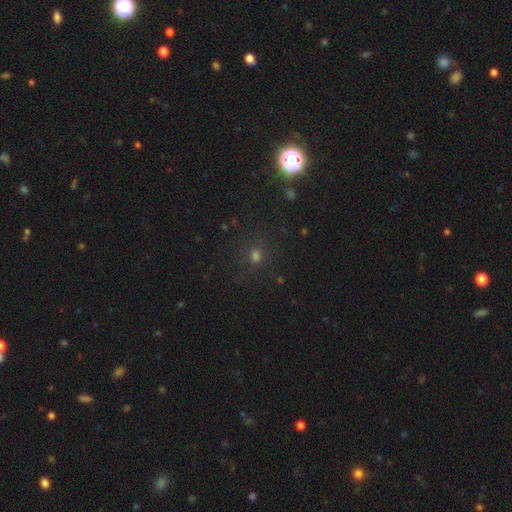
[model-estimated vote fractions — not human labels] Smooth or featured? Predicted: smooth (p=0.57). How rounded? Predicted: round (p=0.84). Merging? Predicted: none (p=0.83).